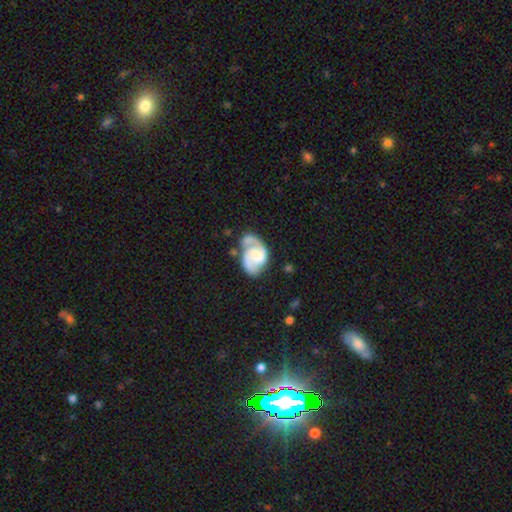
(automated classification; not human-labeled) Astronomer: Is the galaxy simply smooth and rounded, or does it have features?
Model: featured or disk — 81%.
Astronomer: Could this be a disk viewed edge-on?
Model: no — 98%.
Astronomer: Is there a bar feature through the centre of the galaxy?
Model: no — 48% (runner-up: weak, 39%).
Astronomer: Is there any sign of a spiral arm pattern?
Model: yes — 95%.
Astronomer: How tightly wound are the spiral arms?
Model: medium — 49% (runner-up: tight, 35%).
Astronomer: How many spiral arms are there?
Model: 2 — 83%.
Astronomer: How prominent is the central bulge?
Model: none — 39% (runner-up: small, 26%).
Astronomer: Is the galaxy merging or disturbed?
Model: none — 51%.